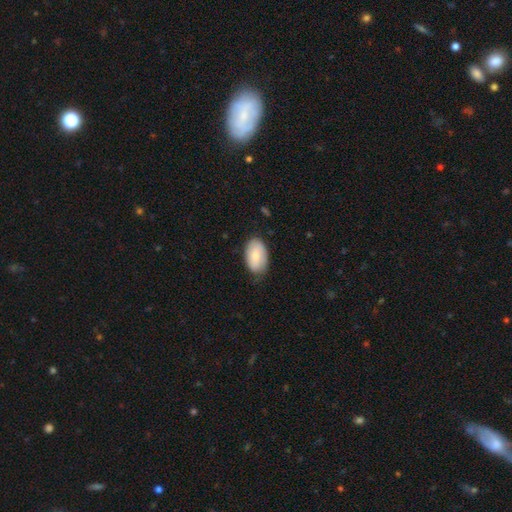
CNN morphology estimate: smooth_or_featured: smooth (p=0.76) [alt: featured or disk p=0.18]
how_rounded: in between (p=0.94) [alt: round p=0.05]
merging: none (p=0.72) [alt: minor disturbance p=0.23]